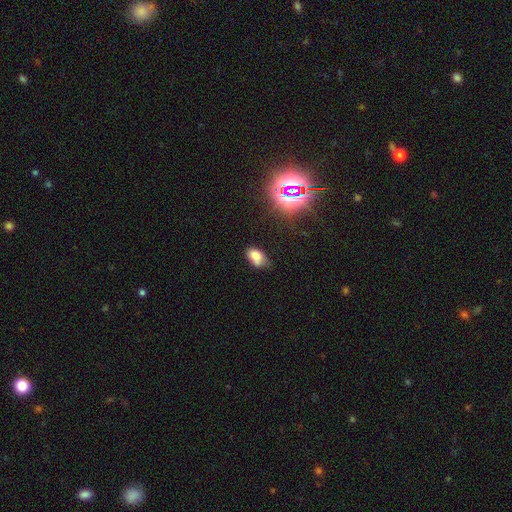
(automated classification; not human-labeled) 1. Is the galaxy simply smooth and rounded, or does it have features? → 73% smooth, 15% star or artifact, 12% featured or disk.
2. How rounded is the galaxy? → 89% in between, 9% round, 2% cigar-shaped.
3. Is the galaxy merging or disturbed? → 51% none, 30% minor disturbance, 11% merger, 8% major disturbance.